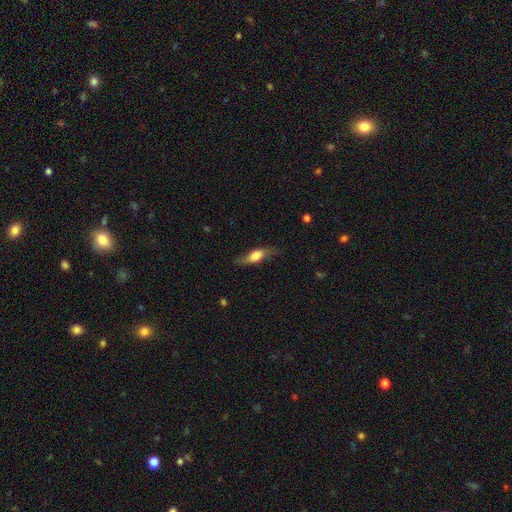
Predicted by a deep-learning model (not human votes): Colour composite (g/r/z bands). It shows a smooth galaxy with no disk features (52%) that is in between round and cigar-shaped (54%). Merging: none (71%).